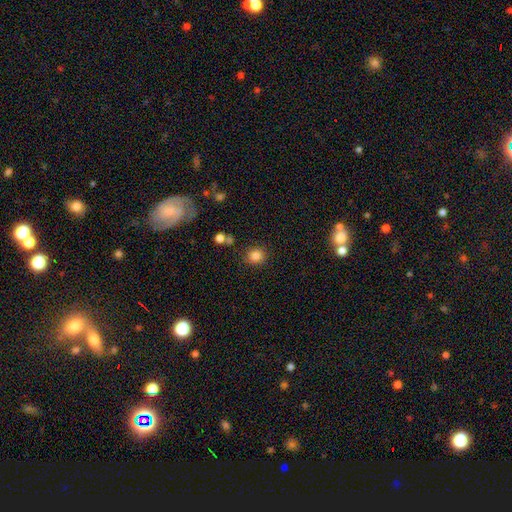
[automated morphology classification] A smooth galaxy with no disk features (84%) that is round (85%). Merging: none (84%).